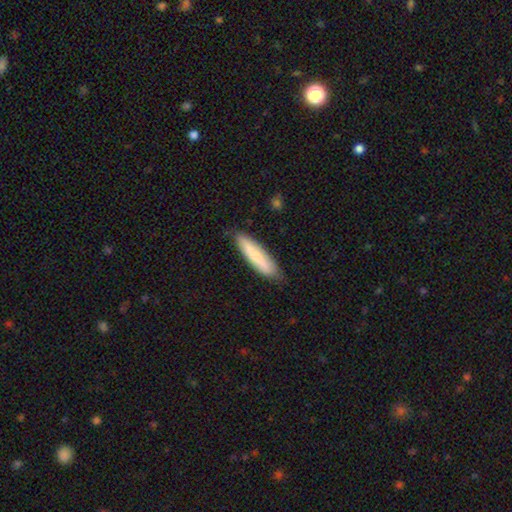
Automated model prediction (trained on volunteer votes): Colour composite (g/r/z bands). It shows a smooth galaxy with no disk features (71%) that is cigar-shaped (78%). Merging: none (82%).